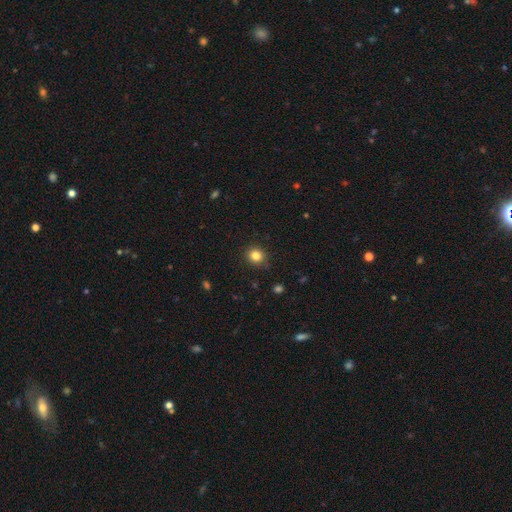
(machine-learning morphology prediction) smooth_or_featured: smooth (p=0.83) [alt: star or artifact p=0.12]
how_rounded: round (p=0.84) [alt: in between p=0.15]
merging: none (p=0.86) [alt: minor disturbance p=0.10]